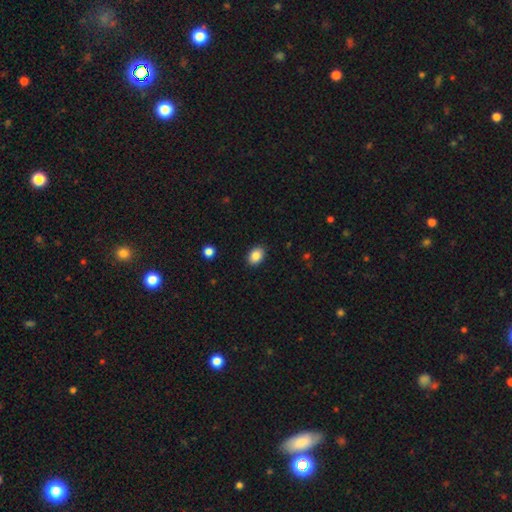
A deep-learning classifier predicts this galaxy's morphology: The model was most divided on "how rounded": in between: 72%, round: 27%, cigar-shaped: 1%. More confident: merging — none (89%); smooth or featured — smooth (87%).